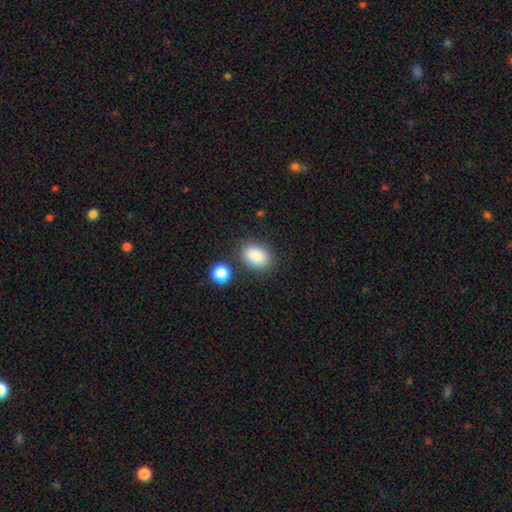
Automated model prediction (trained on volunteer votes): The model was most divided on "how rounded": in between: 82%, round: 17%, cigar-shaped: 1%. More confident: smooth or featured — smooth (87%); merging — none (79%).